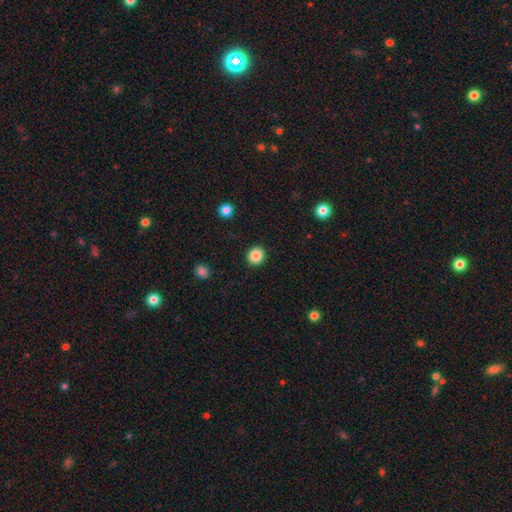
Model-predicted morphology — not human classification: Smooth or featured?
  - smooth: 86% *
  - star or artifact: 10%
  - featured or disk: 4%
How rounded?
  - round: 89% *
  - in between: 10%
  - cigar-shaped: 1%
Merging?
  - none: 92% *
  - minor disturbance: 5%
  - major disturbance: 2%
  - merger: 1%